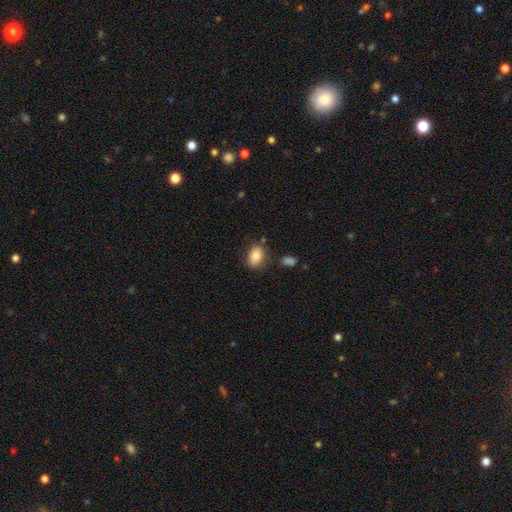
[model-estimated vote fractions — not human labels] Morphology: type=smooth (83%); roundness=in between (82%); merging=none (76%).